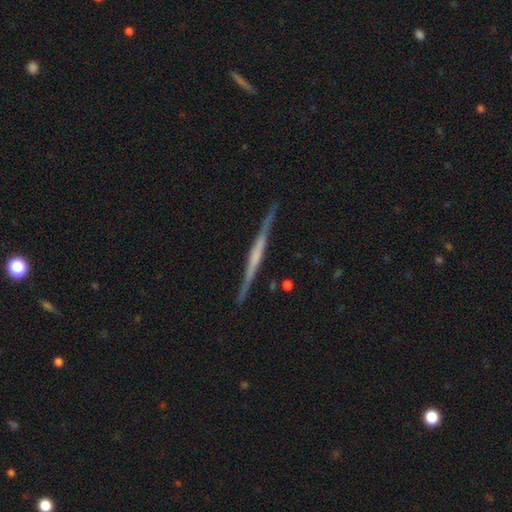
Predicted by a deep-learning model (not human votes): Smooth or featured: featured or disk — 76% (smooth — 19%)
Edge-on disk: yes — 98% (no — 2%)
Edge-on bulge: none — 46% (rounded — 28%)
Merging: none — 89% (minor disturbance — 8%)